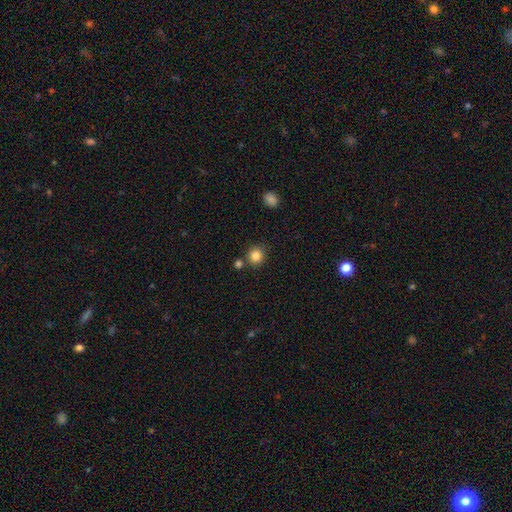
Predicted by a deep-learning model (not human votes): Smooth or featured?
  - smooth: 85% *
  - star or artifact: 11%
  - featured or disk: 5%
How rounded?
  - round: 88% *
  - in between: 11%
  - cigar-shaped: 1%
Merging?
  - none: 79% *
  - merger: 10%
  - minor disturbance: 9%
  - major disturbance: 3%